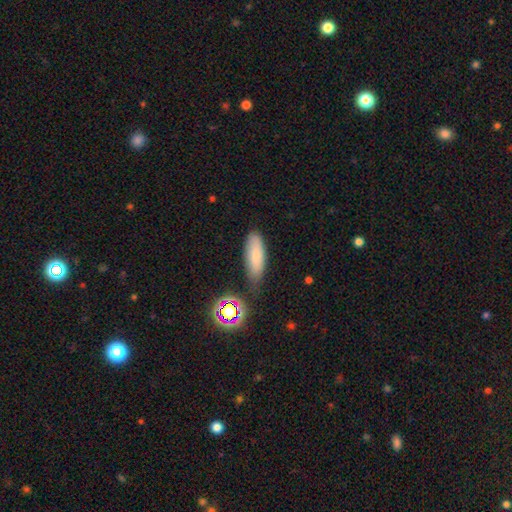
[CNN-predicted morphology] This appears to be a smooth galaxy with no disk features (76%) that is in between round and cigar-shaped (65%). Merging: none (68%).